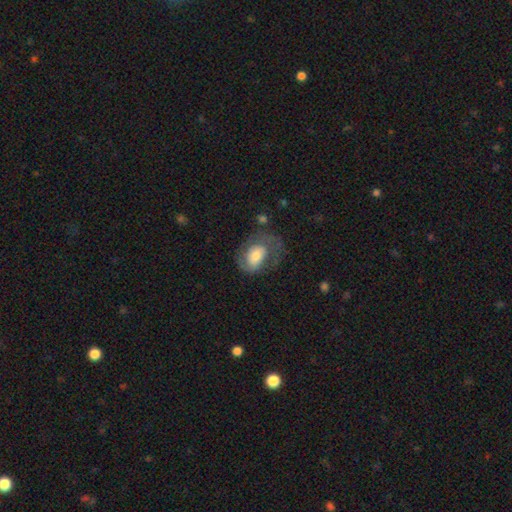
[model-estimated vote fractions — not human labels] Smooth or featured? smooth (47%)
Merging? none (39%)